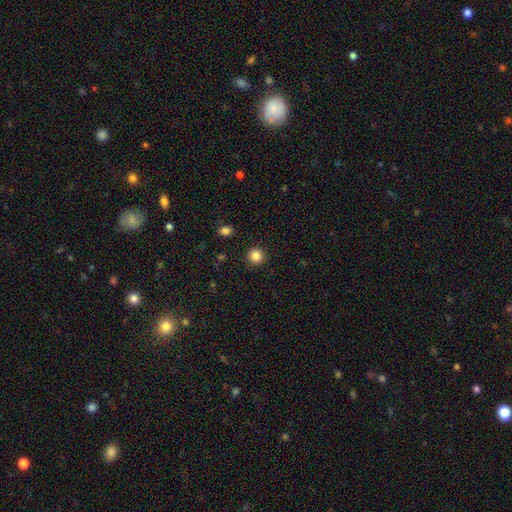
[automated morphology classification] Overall: smooth (85%). How rounded: round (95%). Merging: none (92%).